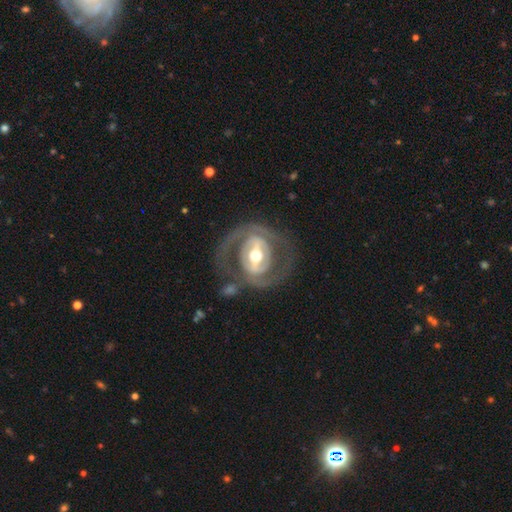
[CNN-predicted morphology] A featured or disk galaxy (79%) with a strong bar (57%), spiral arms (54%) and a moderate central bulge (71%). Merging: none (66%).